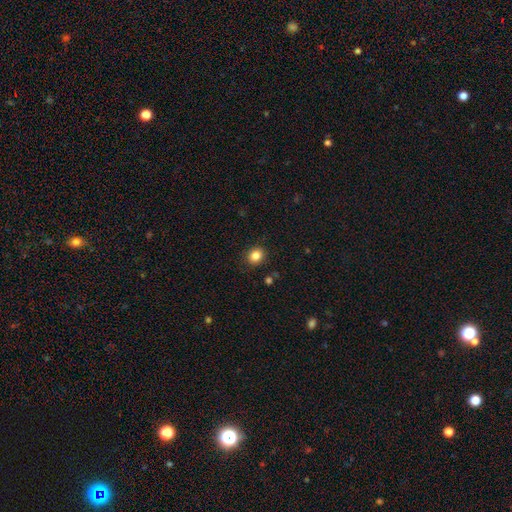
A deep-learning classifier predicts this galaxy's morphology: Smooth or featured? smooth (84%)
How rounded? round (71%)
Merging? none (90%)